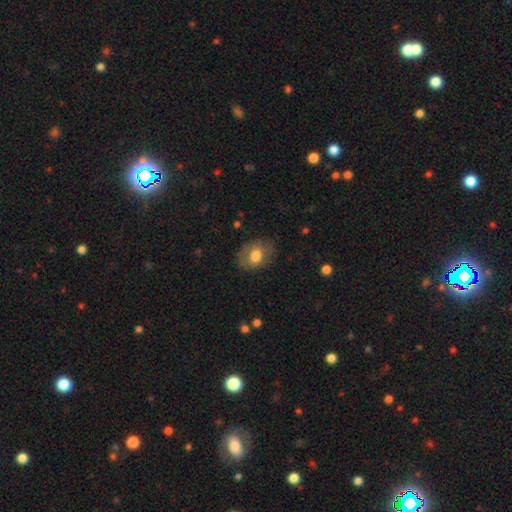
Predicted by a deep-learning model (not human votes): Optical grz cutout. It shows a smooth galaxy with no disk features (70%) that is in between round and cigar-shaped (66%). Merging: none (71%).